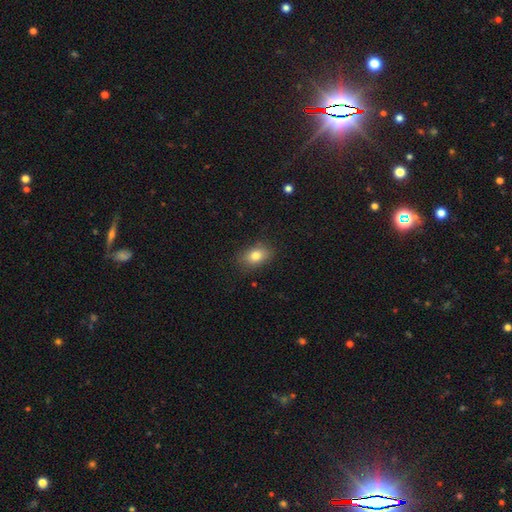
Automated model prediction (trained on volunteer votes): This appears to be a smooth galaxy with no disk features (80%) that is in between round and cigar-shaped (82%). Merging: none (83%).